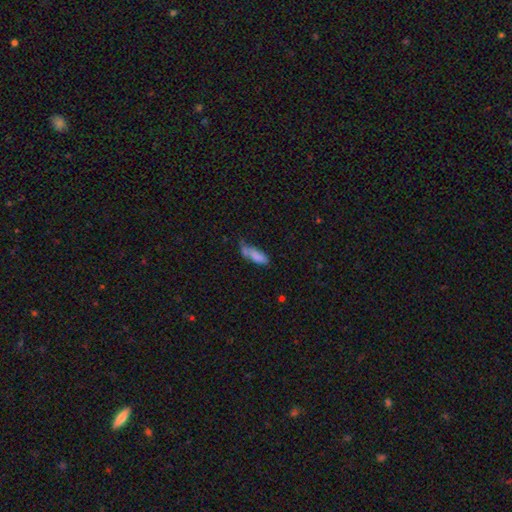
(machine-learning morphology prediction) Smooth or featured: smooth — 79% (featured or disk — 13%)
How rounded: in between — 64% (cigar-shaped — 34%)
Merging: none — 37% (minor disturbance — 30%)